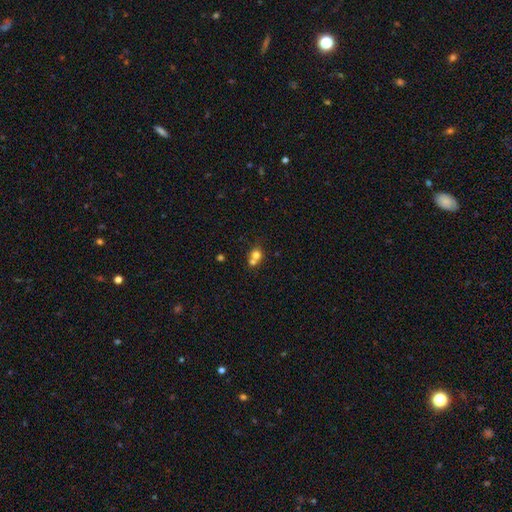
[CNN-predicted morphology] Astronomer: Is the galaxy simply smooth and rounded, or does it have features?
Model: smooth — 73%.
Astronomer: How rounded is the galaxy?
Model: round — 79%.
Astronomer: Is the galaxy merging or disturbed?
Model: merger — 54% (runner-up: none, 36%).